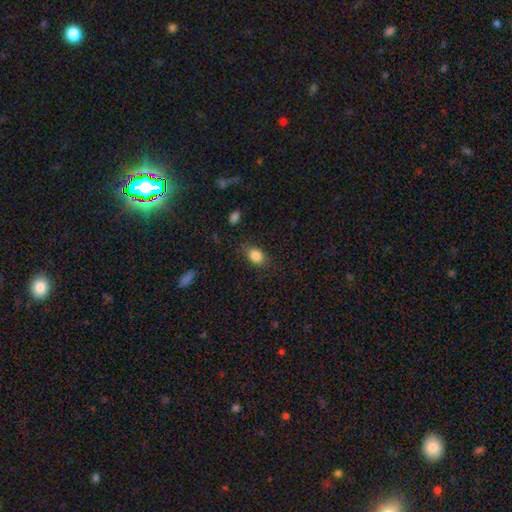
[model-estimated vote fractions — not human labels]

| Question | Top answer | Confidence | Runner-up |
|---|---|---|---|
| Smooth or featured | smooth | 84% | star or artifact (9%) |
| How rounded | in between | 74% | round (24%) |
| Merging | none | 80% | minor disturbance (15%) |